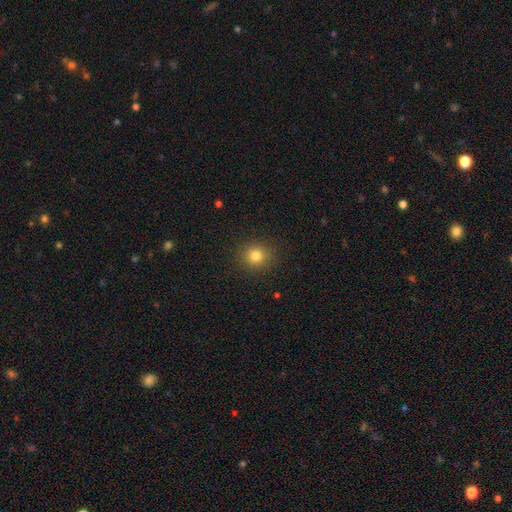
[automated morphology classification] Overall: smooth (80%). How rounded: round (86%). Merging: none (89%).